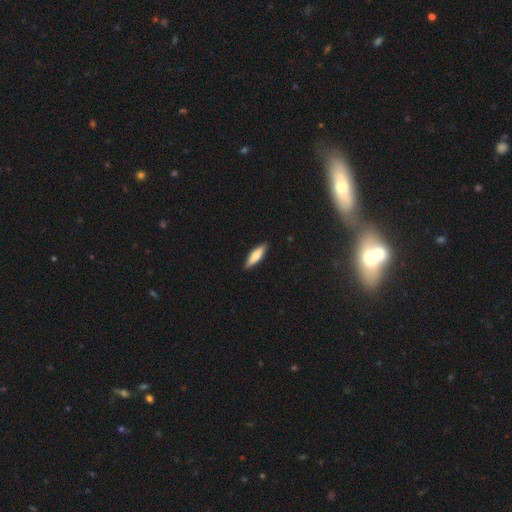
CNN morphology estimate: Overall: smooth (74%). How rounded: cigar-shaped (61%; in between 38%). Merging: none (89%).